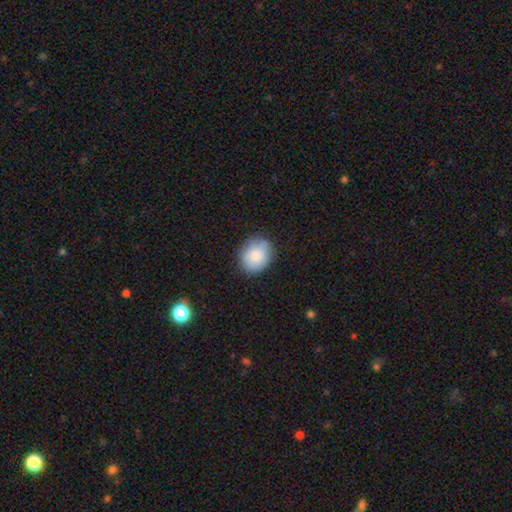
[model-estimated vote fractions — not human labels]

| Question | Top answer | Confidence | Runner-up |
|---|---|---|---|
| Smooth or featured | smooth | 85% | featured or disk (8%) |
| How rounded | round | 58% | in between (41%) |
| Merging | none | 82% | minor disturbance (14%) |